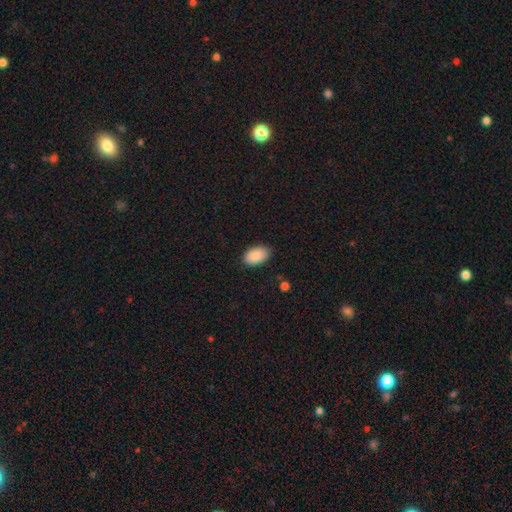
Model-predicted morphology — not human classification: This appears to be a smooth galaxy with no disk features (89%) that is in between round and cigar-shaped (94%). Merging: none (84%).